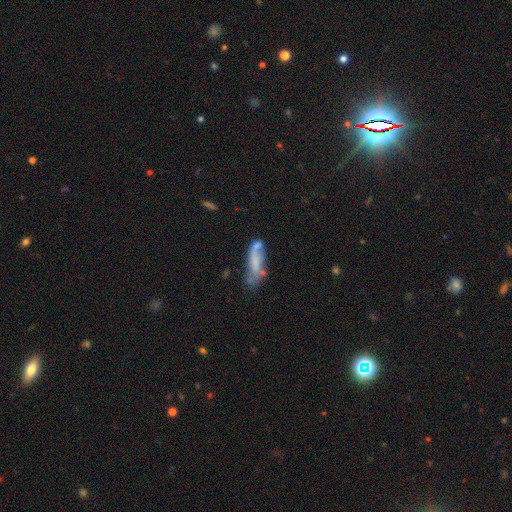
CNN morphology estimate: Overall: smooth (54%; featured or disk 36%). How rounded: in between (49%, tied with cigar-shaped). Merging: none (38%; minor disturbance 25%).